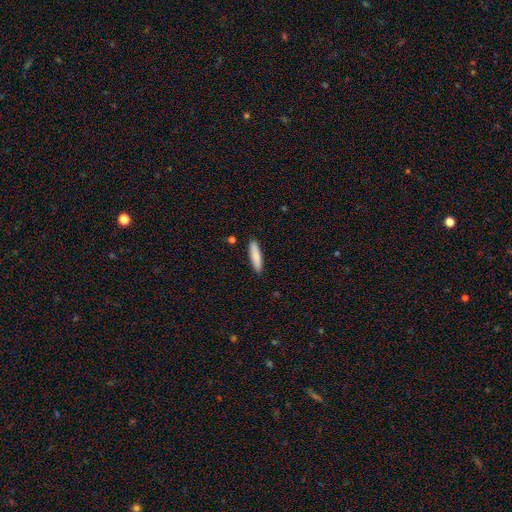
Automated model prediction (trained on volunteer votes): Overall: smooth (84%). How rounded: cigar-shaped (81%). Merging: none (90%).